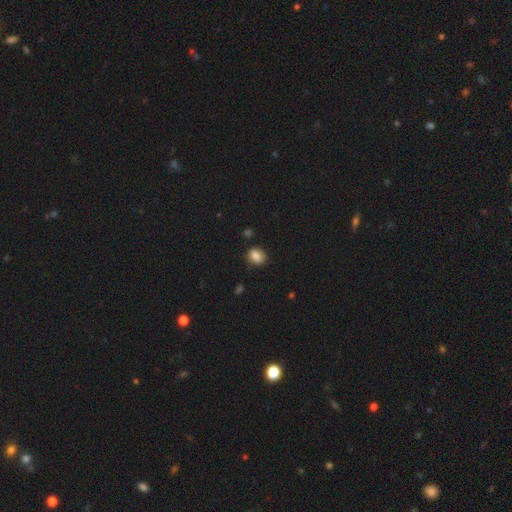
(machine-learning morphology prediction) Smooth or featured? smooth (85%)
How rounded? round (50%)
Merging? none (81%)